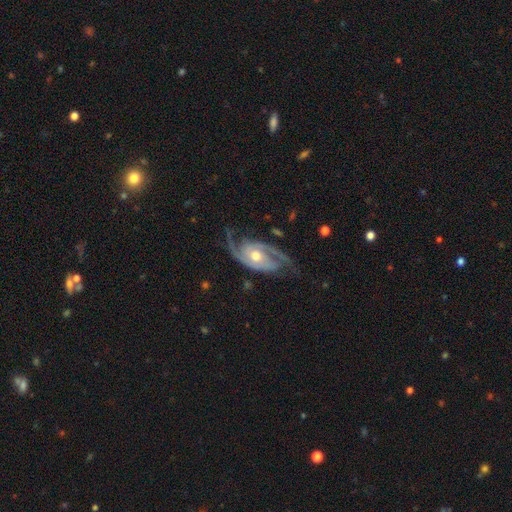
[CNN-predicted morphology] type=featured or disk (92%); edge-on=no (96%); bar=no (67%); spiral arms=yes (98%); winding=medium (49%); arm count=2 (79%); bulge=moderate (73%); merging=none (72%).